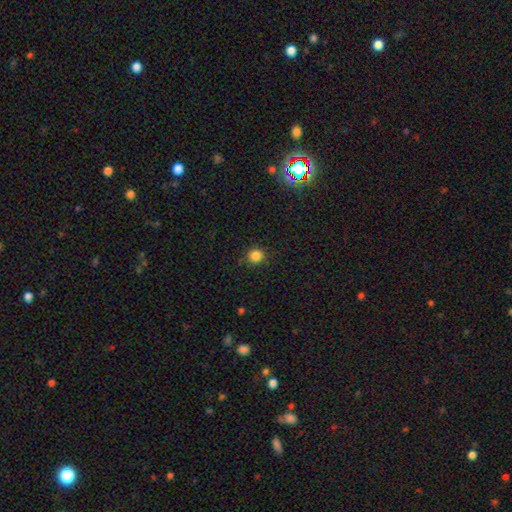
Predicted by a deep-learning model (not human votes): Smooth or featured? smooth (83%)
How rounded? round (92%)
Merging? none (89%)